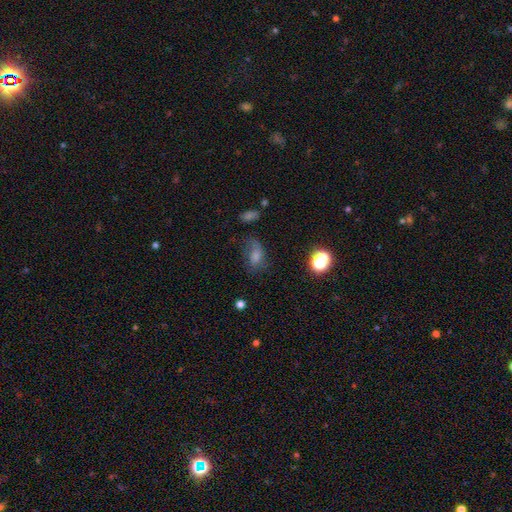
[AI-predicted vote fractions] smooth_or_featured: smooth (p=0.57) [alt: featured or disk p=0.27]
how_rounded: in between (p=0.76) [alt: round p=0.21]
merging: none (p=0.45) [alt: minor disturbance p=0.26]